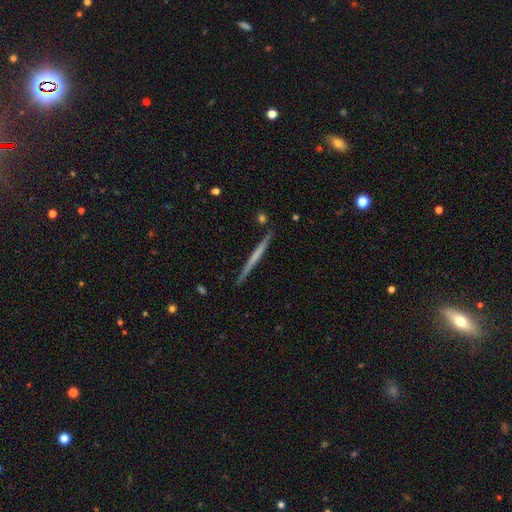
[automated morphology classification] Smooth or featured: featured or disk — 54% (smooth — 41%)
Edge-on disk: yes — 98% (no — 2%)
Edge-on bulge: none — 89% (rounded — 7%)
Merging: none — 91% (minor disturbance — 6%)